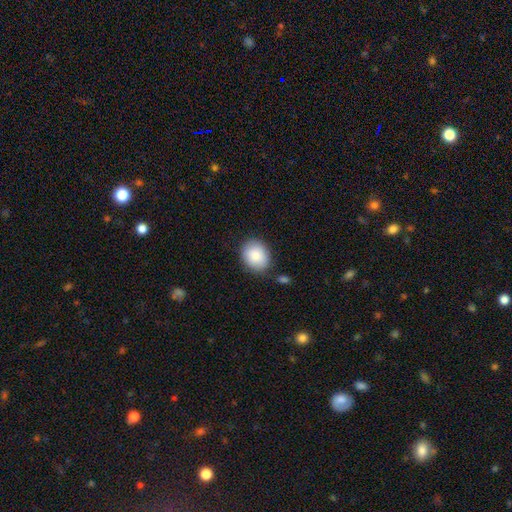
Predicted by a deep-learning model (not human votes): Smooth or featured: smooth — 85% (featured or disk — 8%)
How rounded: round — 62% (in between — 37%)
Merging: none — 80% (minor disturbance — 13%)